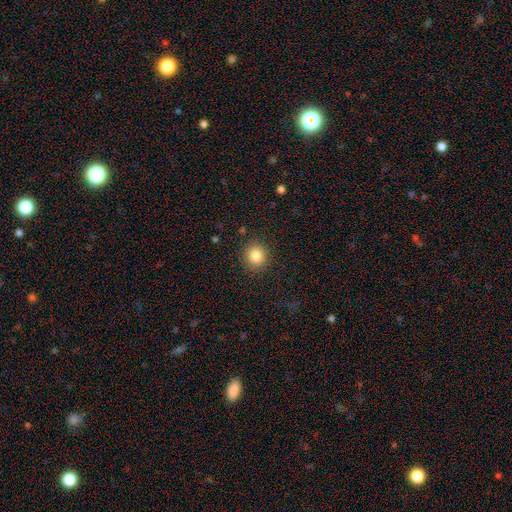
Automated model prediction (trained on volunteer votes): The model was most divided on "smooth or featured": smooth: 83%, star or artifact: 11%, featured or disk: 6%. More confident: how rounded — round (90%); merging — none (89%).